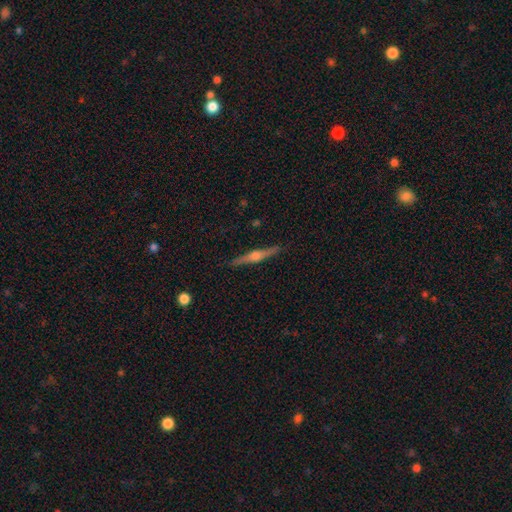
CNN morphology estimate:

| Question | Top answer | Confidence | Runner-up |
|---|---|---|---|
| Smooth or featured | featured or disk | 76% | smooth (18%) |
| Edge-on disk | yes | 98% | no (2%) |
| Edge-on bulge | rounded | 91% | boxy (5%) |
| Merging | none | 91% | minor disturbance (7%) |